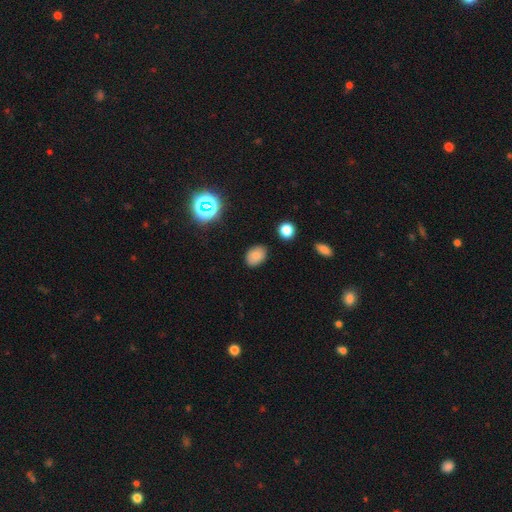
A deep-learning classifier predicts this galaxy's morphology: Smooth or featured? Predicted: smooth (p=0.79). How rounded? Predicted: in between (p=0.77). Merging? Predicted: none (p=0.85).